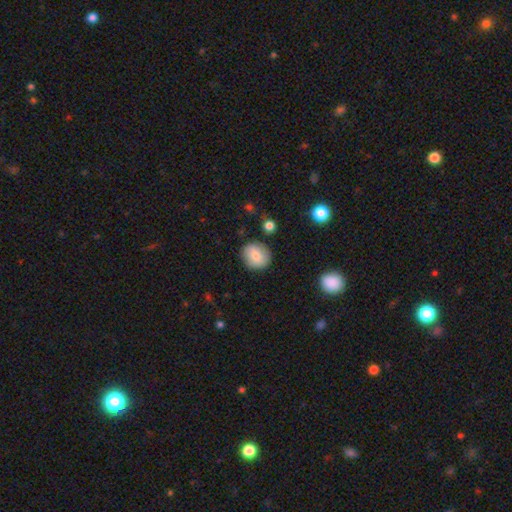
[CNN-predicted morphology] Smooth or featured: smooth — 79% (featured or disk — 13%)
How rounded: round — 80% (in between — 19%)
Merging: none — 83% (minor disturbance — 12%)